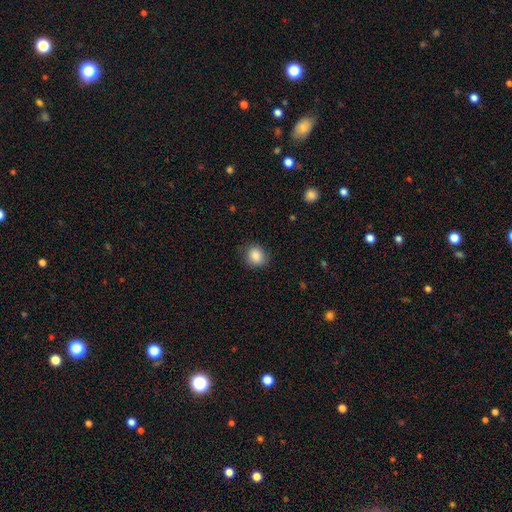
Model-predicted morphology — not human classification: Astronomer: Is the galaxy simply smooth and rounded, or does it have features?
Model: smooth — 85%.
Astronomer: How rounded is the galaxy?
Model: round — 71%.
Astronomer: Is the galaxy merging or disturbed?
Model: none — 81%.